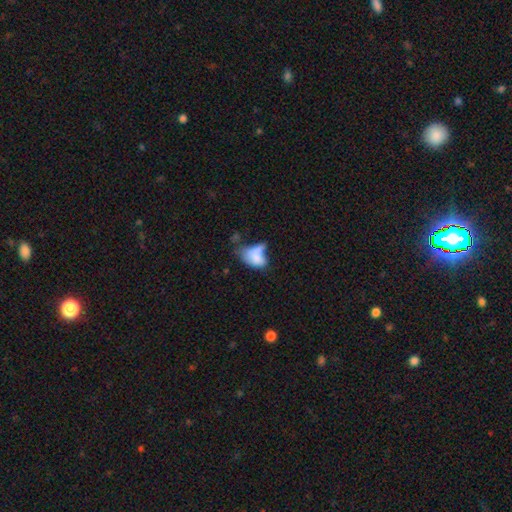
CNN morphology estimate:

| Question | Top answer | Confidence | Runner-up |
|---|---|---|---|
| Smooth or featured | smooth | 67% | featured or disk (23%) |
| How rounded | in between | 86% | round (11%) |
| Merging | major disturbance | 30% | merger (29%) |